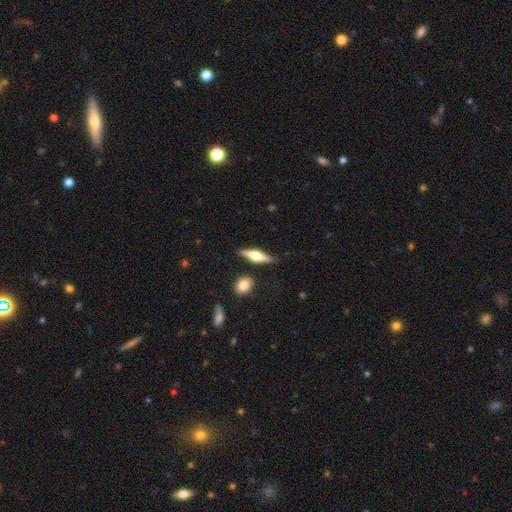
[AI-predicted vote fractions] This appears to be a featured or disk galaxy (56%) viewed edge-on (95%) with a rounded central bulge (86%). Merging: none (80%).